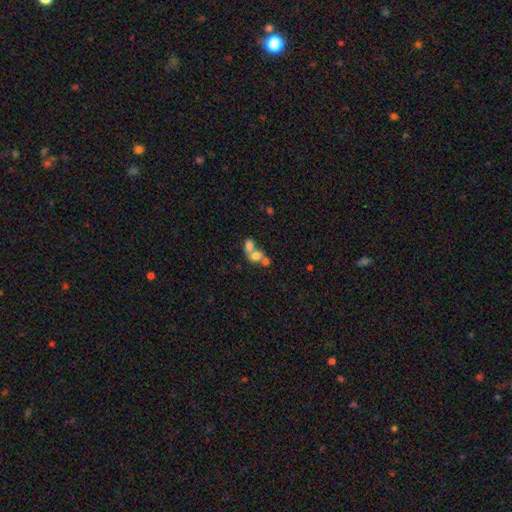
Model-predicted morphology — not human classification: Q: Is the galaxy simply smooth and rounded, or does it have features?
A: smooth — 69%.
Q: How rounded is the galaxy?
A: in between — 55%.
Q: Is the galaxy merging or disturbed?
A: merger — 71%.